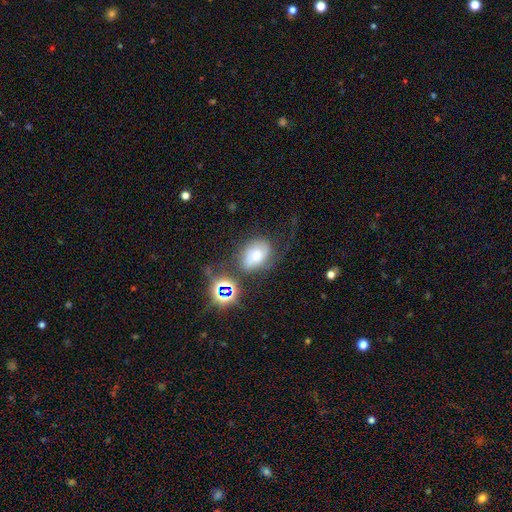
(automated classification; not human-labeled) Smooth or featured? smooth (41%, tied with featured or disk)
Merging? none (51%)